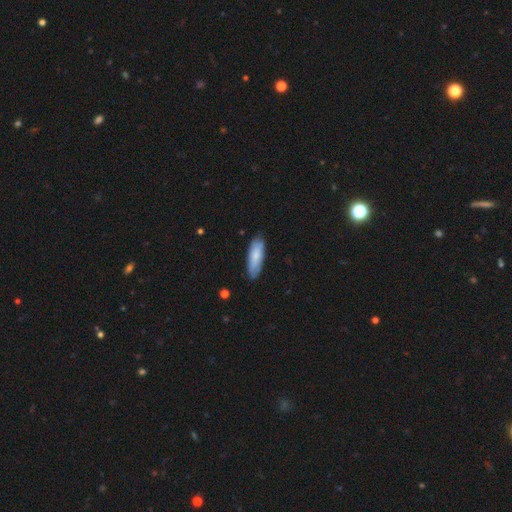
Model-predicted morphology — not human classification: smooth-or-featured: smooth: 75% | featured or disk: 20% | star or artifact: 5%
  how-rounded: in between: 56% | cigar-shaped: 43% | round: 2%
  merging: none: 80% | minor disturbance: 16% | major disturbance: 3% | merger: 1%